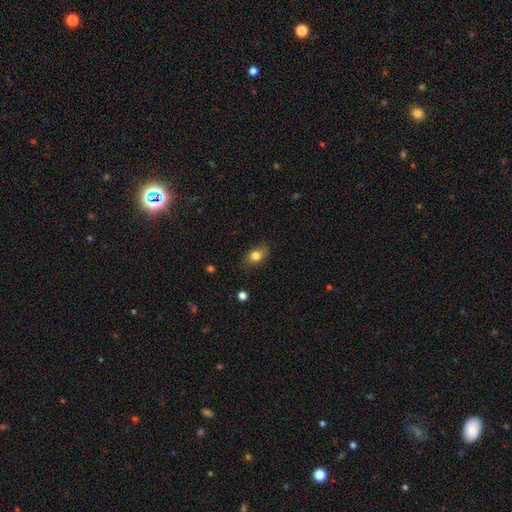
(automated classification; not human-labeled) smooth 80%, featured or disk 11%, star or artifact 9%. Down the decision tree: how rounded — in between (76%); merging — none (80%).